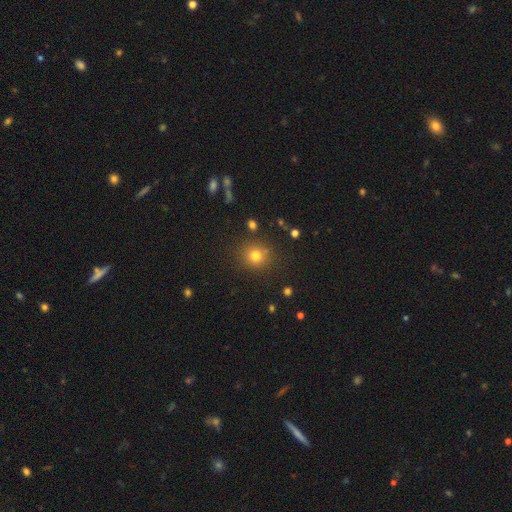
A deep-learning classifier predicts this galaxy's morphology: smooth 77%, star or artifact 16%, featured or disk 7%. Down the decision tree: how rounded — round (87%); merging — none (85%).